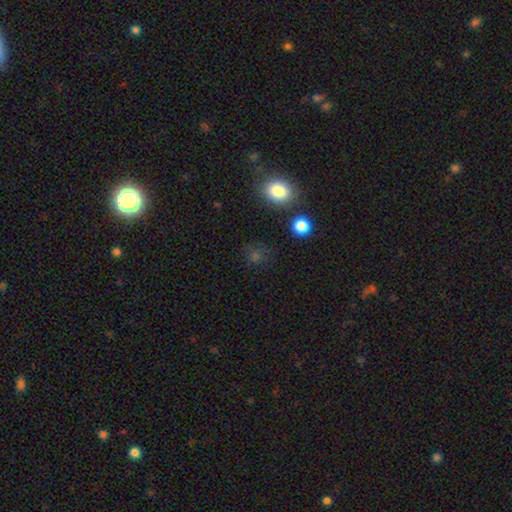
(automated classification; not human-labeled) Q: Smooth or featured?
A: smooth (67%); runner-up: star or artifact (27%)
Q: How rounded?
A: round (81%); runner-up: in between (17%)
Q: Merging?
A: none (79%); runner-up: minor disturbance (11%)